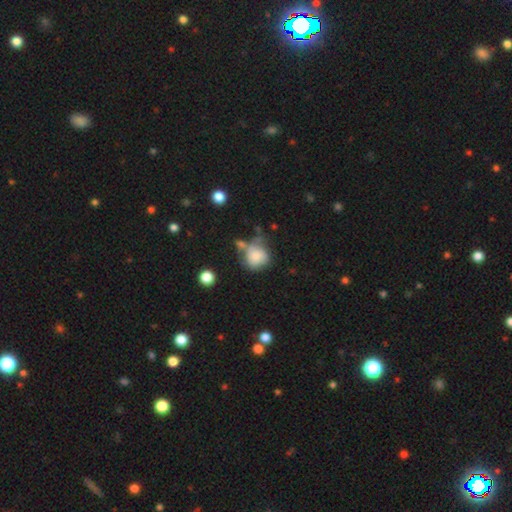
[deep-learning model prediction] Q: Smooth or featured?
A: smooth (76%); runner-up: featured or disk (15%)
Q: How rounded?
A: round (80%); runner-up: in between (19%)
Q: Merging?
A: none (39%); runner-up: minor disturbance (26%)